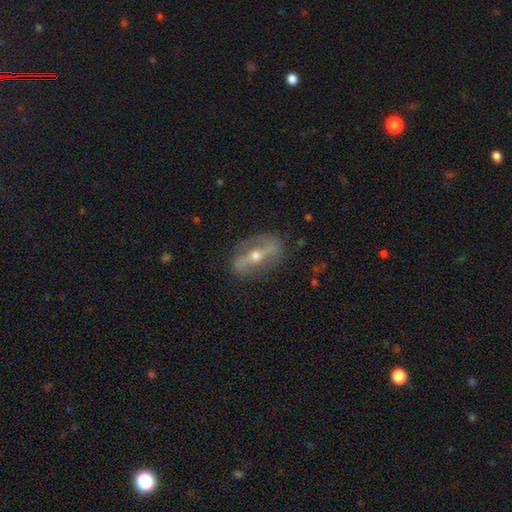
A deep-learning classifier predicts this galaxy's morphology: The model was most divided on "spiral arms": yes: 58%, no: 42%. More confident: merging — none (80%); smooth or featured — featured or disk (77%); edge-on disk — no (70%); bar — strong (67%); bulge size — moderate (58%).